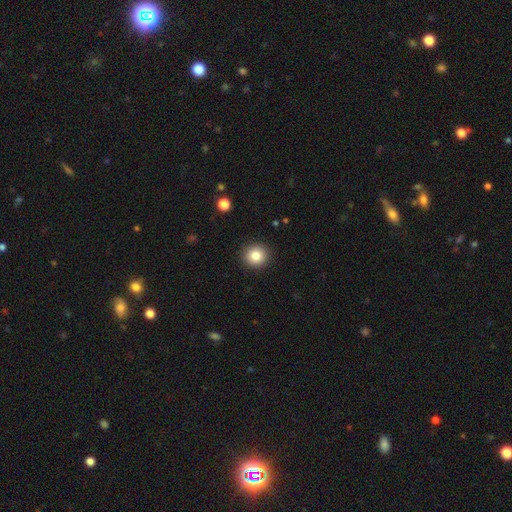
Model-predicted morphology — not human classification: smooth 82%, star or artifact 10%, featured or disk 7%. Down the decision tree: how rounded — round (92%); merging — none (92%).